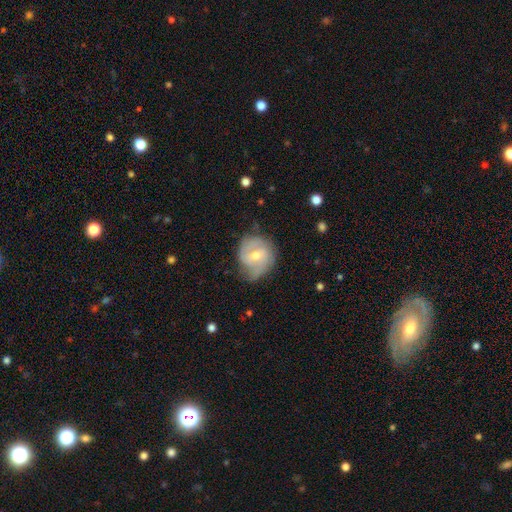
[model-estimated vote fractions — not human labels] featured or disk 68%, smooth 25%, star or artifact 7%. Down the decision tree: edge-on disk — no (97%); bar — weak (47%); spiral arms — yes (86%); spiral arm count — 2 (58%); spiral winding — medium (41%); bulge size — moderate (55%); merging — none (62%).